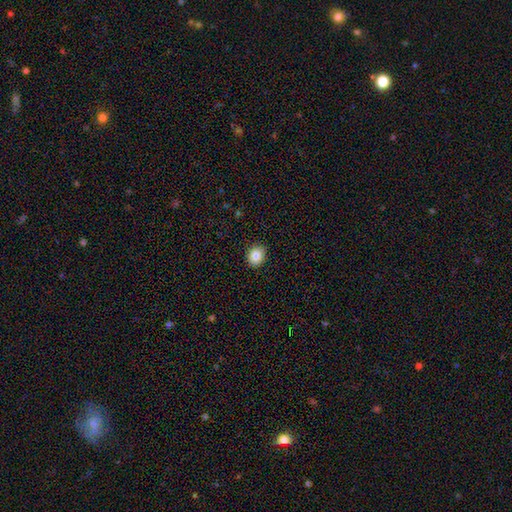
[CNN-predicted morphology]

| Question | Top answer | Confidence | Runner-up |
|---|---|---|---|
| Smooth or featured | smooth | 86% | star or artifact (9%) |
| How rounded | round | 67% | in between (32%) |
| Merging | none | 91% | minor disturbance (7%) |